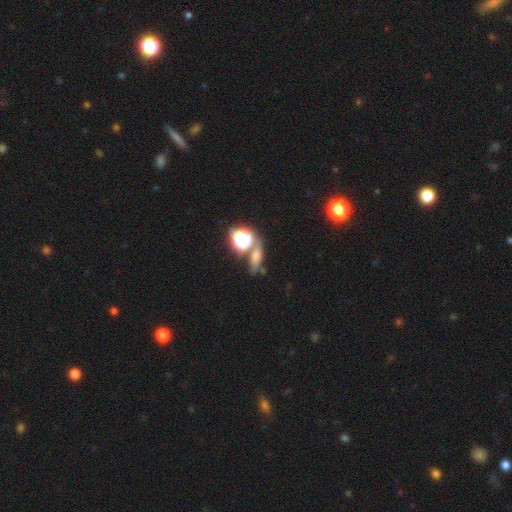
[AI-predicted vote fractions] The model was most divided on "how rounded": in between: 45%, round: 37%, cigar-shaped: 18%. More confident: merging — none (56%); smooth or featured — smooth (52%).